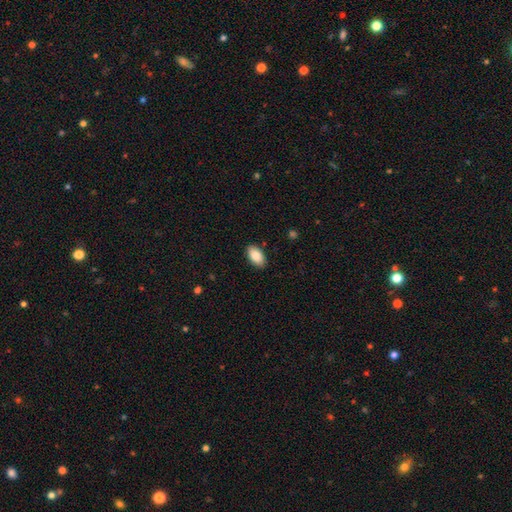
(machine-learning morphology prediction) Smooth or featured: smooth — 88% (star or artifact — 6%)
How rounded: in between — 95% (round — 4%)
Merging: none — 89% (minor disturbance — 9%)